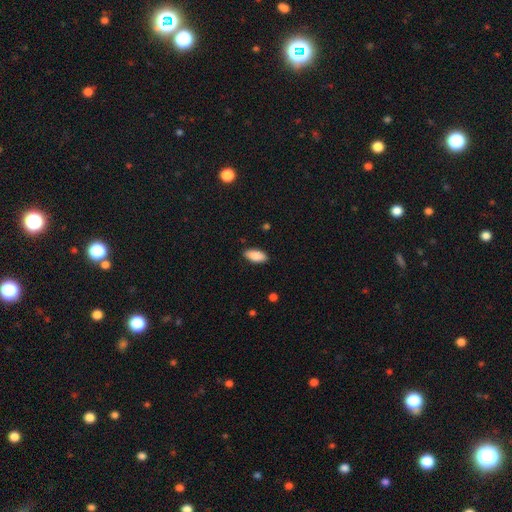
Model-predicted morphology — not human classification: A smooth galaxy with no disk features (89%) that is in between round and cigar-shaped (89%). Merging: none (87%).